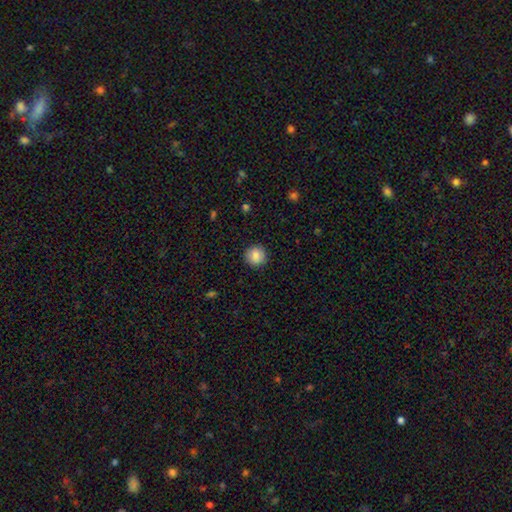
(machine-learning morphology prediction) A smooth galaxy with no disk features (85%) that is round (94%).

Vote fractions:
- Smooth or featured? smooth: 85% / star or artifact: 8% / featured or disk: 7%
- How rounded? round: 94% / in between: 5% / cigar-shaped: 1%
- Merging? none: 91% / minor disturbance: 6% / major disturbance: 2% / merger: 1%